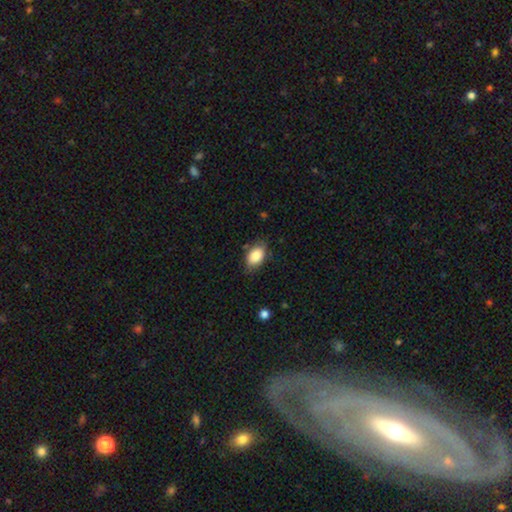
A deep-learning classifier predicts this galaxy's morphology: Smooth or featured? smooth (85%)
How rounded? in between (89%)
Merging? none (75%)